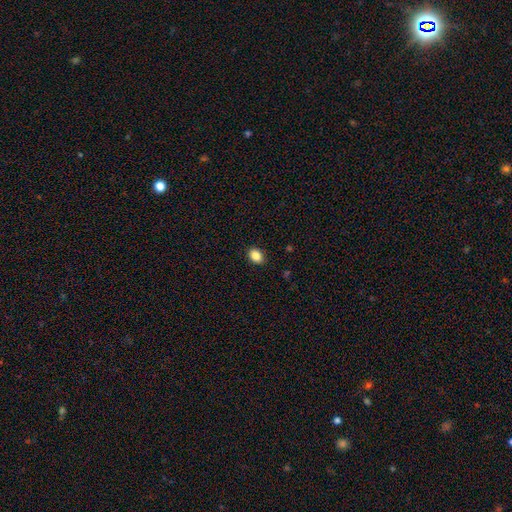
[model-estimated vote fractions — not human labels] Smooth or featured? Predicted: smooth (p=0.86). How rounded? Predicted: in between (p=0.70). Merging? Predicted: none (p=0.89).